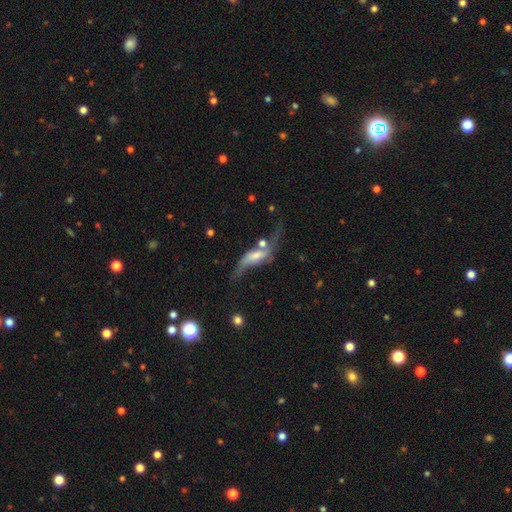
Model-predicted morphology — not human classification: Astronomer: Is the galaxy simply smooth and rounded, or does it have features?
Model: featured or disk — 67%.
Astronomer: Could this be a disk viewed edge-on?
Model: no — 78%.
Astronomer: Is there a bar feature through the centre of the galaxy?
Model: no — 48% (runner-up: weak, 34%).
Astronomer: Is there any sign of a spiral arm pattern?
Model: yes — 79%.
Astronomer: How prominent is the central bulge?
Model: moderate — 39% (runner-up: small, 34%).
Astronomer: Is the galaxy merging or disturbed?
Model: none — 29%, tied with major disturbance at 29%.